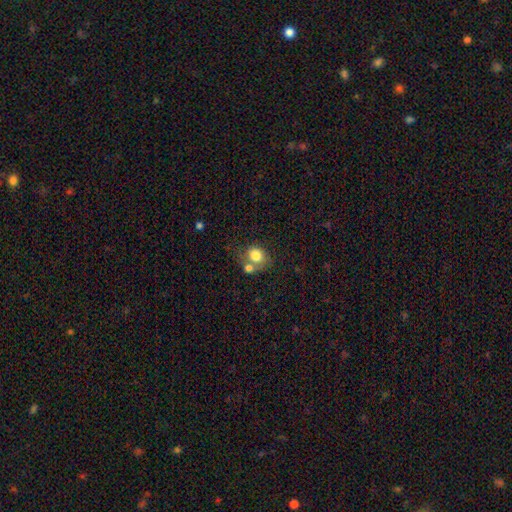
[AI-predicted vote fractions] Smooth or featured? Predicted: smooth (p=0.77). How rounded? Predicted: round (p=0.60). Merging? Predicted: merger (p=0.42).